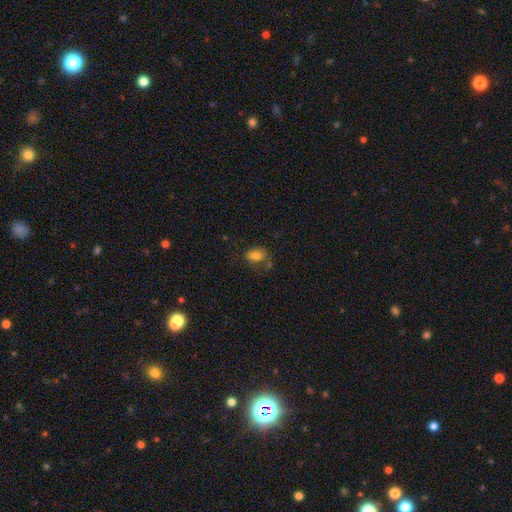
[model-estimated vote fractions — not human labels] Smooth or featured?
  - smooth: 76% *
  - featured or disk: 13%
  - star or artifact: 11%
How rounded?
  - in between: 73% *
  - round: 26%
  - cigar-shaped: 2%
Merging?
  - none: 50% *
  - minor disturbance: 27%
  - major disturbance: 14%
  - merger: 9%